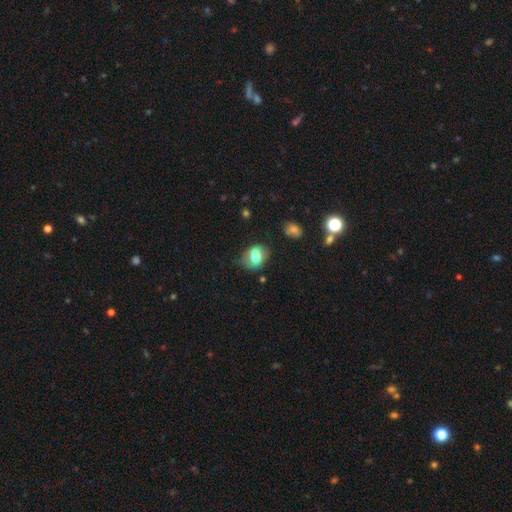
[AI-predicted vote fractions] A smooth galaxy with no disk features (71%) that is in between round and cigar-shaped (65%).

Vote fractions:
- Smooth or featured? smooth: 71% / featured or disk: 21% / star or artifact: 8%
- How rounded? in between: 65% / round: 34% / cigar-shaped: 1%
- Merging? none: 71% / minor disturbance: 20% / major disturbance: 6% / merger: 2%